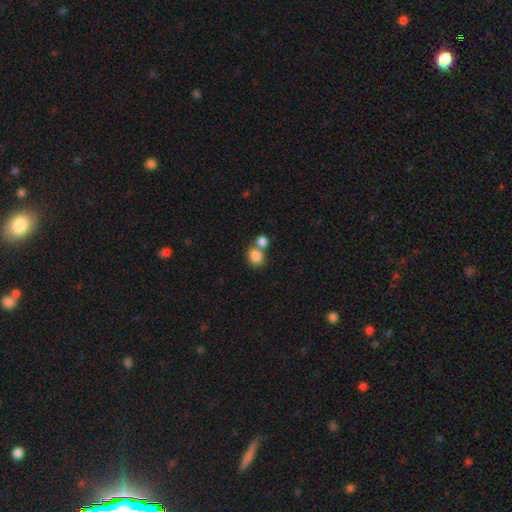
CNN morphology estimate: Overall: smooth (84%). How rounded: round (71%). Merging: merger (47%; none 41%).